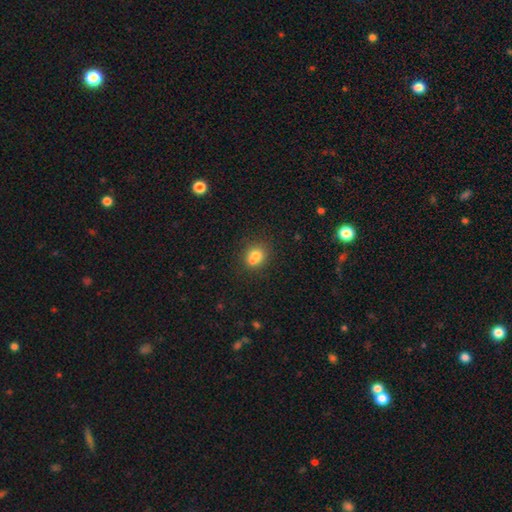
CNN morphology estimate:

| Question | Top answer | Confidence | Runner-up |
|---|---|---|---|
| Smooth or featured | smooth | 73% | featured or disk (15%) |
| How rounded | round | 71% | in between (28%) |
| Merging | none | 44% | merger (42%) |